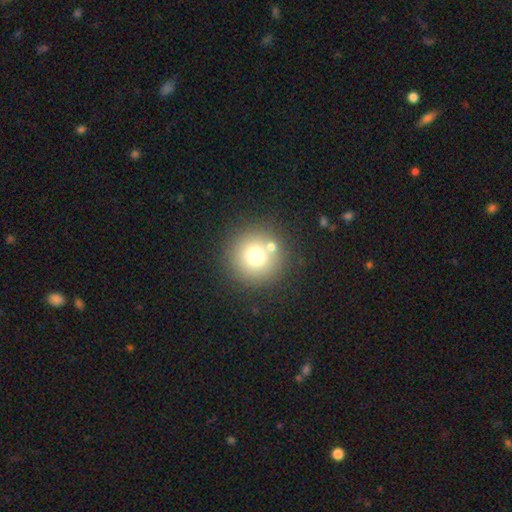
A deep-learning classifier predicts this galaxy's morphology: Smooth or featured: smooth — 71% (star or artifact — 16%)
How rounded: round — 95% (in between — 4%)
Merging: none — 78% (merger — 12%)